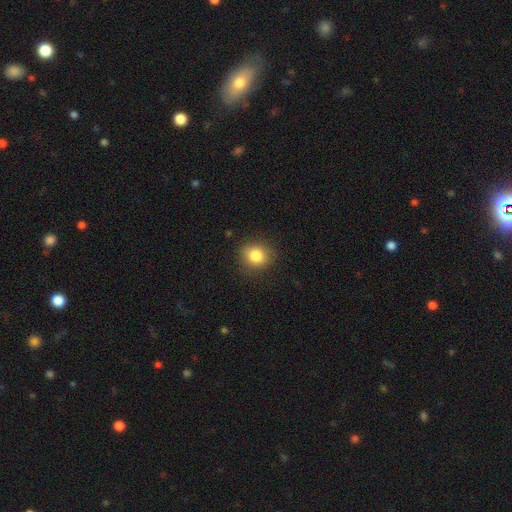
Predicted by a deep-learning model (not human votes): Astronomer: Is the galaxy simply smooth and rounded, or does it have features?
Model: smooth — 84%.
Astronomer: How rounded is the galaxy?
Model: round — 78%.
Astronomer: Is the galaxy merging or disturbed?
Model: none — 85%.